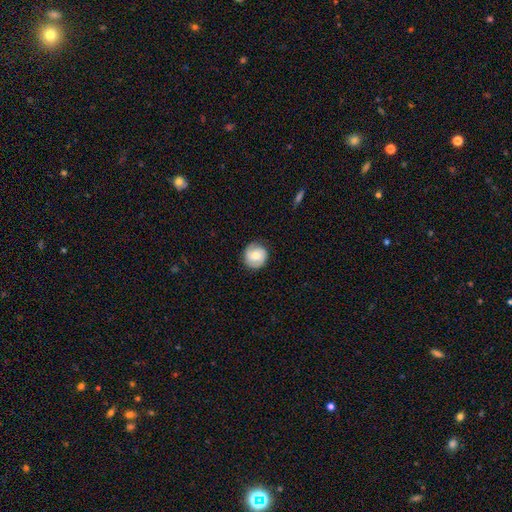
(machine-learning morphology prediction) Q: Smooth or featured?
A: smooth (49%); runner-up: featured or disk (43%)
Q: Merging?
A: none (83%); runner-up: minor disturbance (13%)